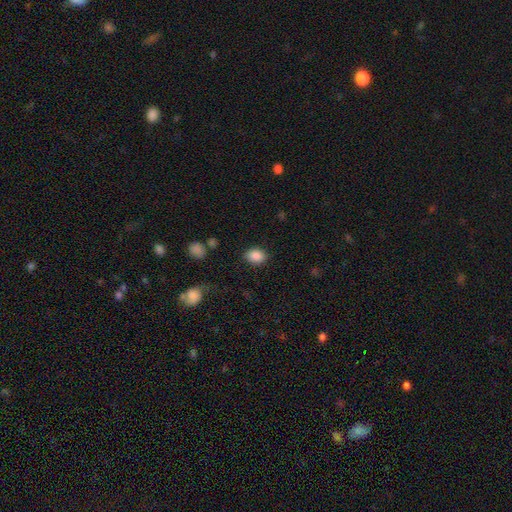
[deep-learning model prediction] Smooth or featured?
  - smooth: 87% *
  - star or artifact: 9%
  - featured or disk: 4%
How rounded?
  - in between: 66% *
  - round: 33%
  - cigar-shaped: 1%
Merging?
  - none: 85% *
  - minor disturbance: 10%
  - major disturbance: 3%
  - merger: 2%